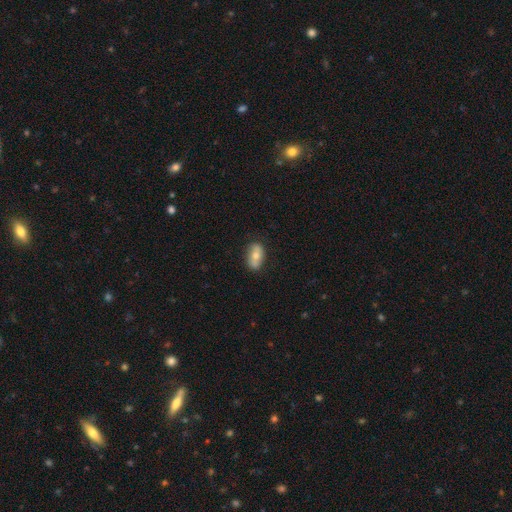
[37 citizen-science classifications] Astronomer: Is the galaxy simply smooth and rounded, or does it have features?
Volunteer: smooth — 59% (runner-up: featured or disk, 38%).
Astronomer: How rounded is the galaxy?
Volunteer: in between — 86%.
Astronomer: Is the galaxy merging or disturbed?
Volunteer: none — 64%.